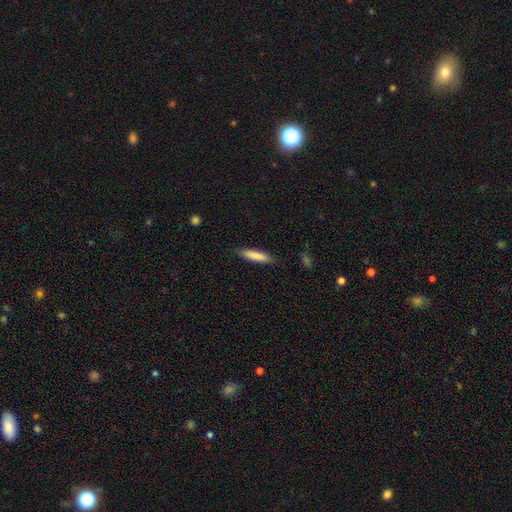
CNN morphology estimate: This appears to be a smooth galaxy with no disk features (82%) that is cigar-shaped (85%). Merging: none (87%).